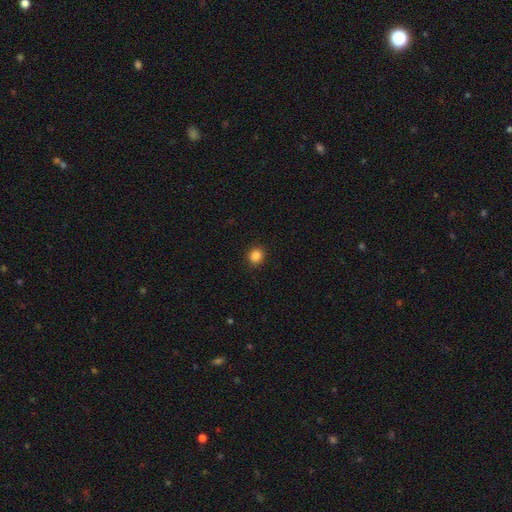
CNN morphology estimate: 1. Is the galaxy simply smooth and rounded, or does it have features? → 86% smooth, 11% star or artifact, 3% featured or disk.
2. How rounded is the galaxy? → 81% round, 18% in between, 1% cigar-shaped.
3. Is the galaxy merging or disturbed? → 91% none, 6% minor disturbance, 2% major disturbance, 1% merger.